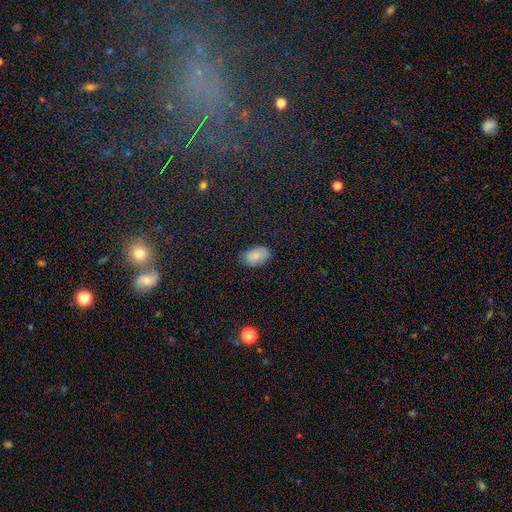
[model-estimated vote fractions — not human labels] smooth 87%, star or artifact 8%, featured or disk 6%. Down the decision tree: how rounded — in between (91%); merging — none (82%).